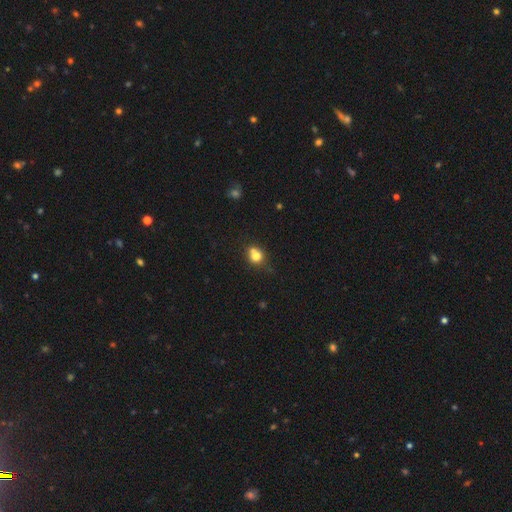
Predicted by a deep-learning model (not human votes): This is likely a smooth galaxy (76%). How rounded: likely round (73%). Merging: possibly none (47%).